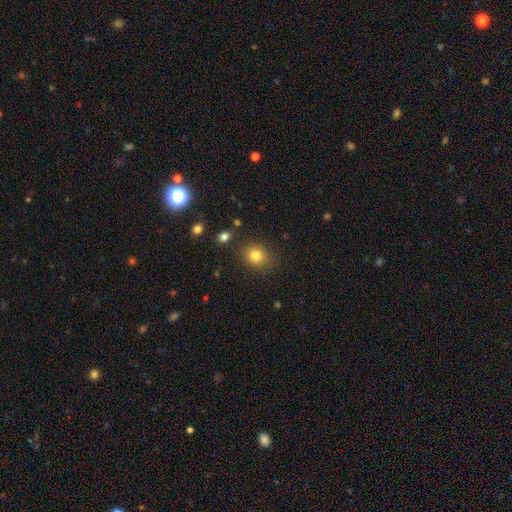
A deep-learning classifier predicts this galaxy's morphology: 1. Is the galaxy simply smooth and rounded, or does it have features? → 81% smooth, 12% star or artifact, 7% featured or disk.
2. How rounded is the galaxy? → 74% round, 25% in between, 1% cigar-shaped.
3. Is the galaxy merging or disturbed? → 85% none, 9% minor disturbance, 3% major disturbance, 2% merger.